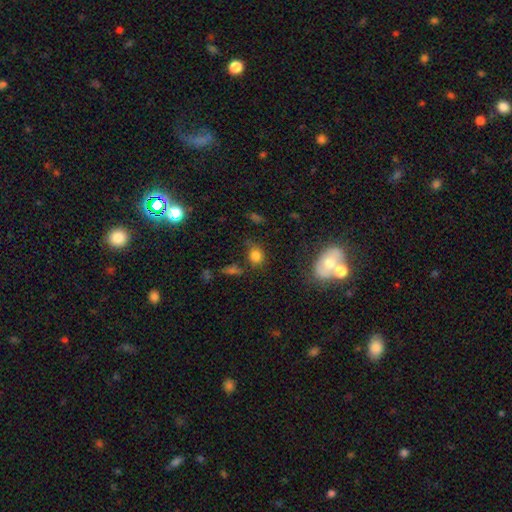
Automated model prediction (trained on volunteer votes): Smooth or featured? smooth (80%)
How rounded? round (64%)
Merging? none (67%)